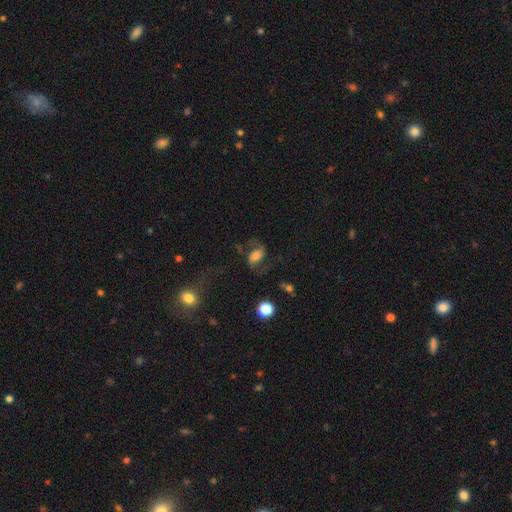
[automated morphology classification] A featured or disk galaxy (62%) with a weak bar (40%, tied with no), 2 (90%) loose (57%) spiral arms (90%) and a moderate central bulge (35%). Merging: none (58%).